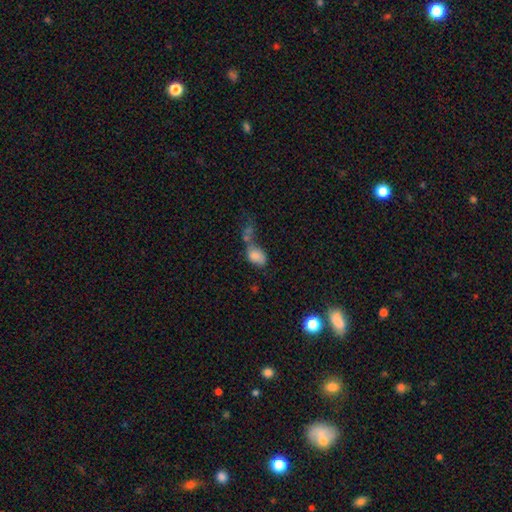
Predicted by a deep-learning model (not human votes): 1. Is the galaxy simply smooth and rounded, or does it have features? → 78% smooth, 12% featured or disk, 10% star or artifact.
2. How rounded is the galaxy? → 85% in between, 13% round, 2% cigar-shaped.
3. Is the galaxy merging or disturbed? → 52% merger, 20% none, 15% major disturbance, 13% minor disturbance.